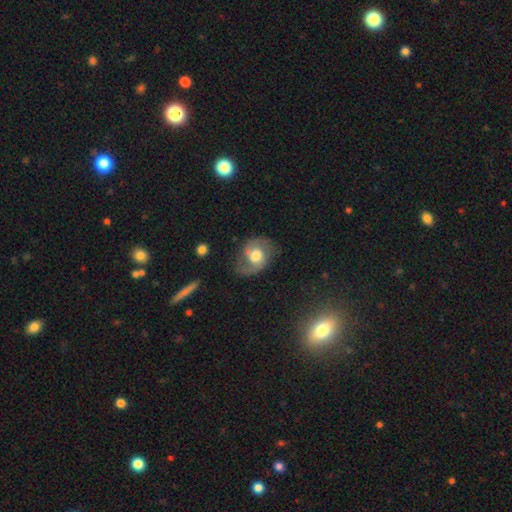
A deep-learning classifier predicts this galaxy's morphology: type=featured or disk (71%); edge-on=no (97%); bar=no (57%); spiral arms=yes (91%); winding=medium (49%); arm count=2 (85%); bulge=moderate (60%); merging=none (62%).